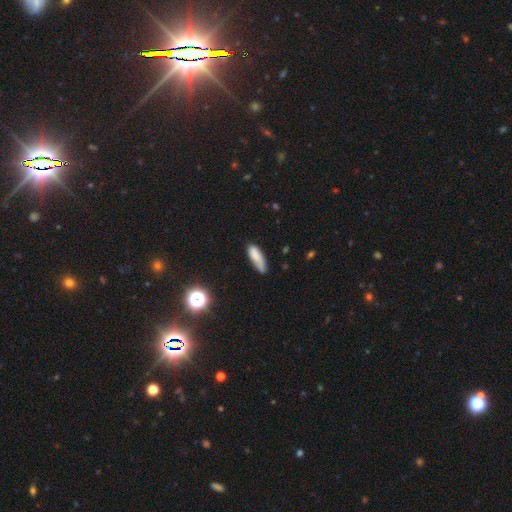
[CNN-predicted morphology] Smooth or featured? Predicted: smooth (p=0.79). How rounded? Predicted: in between (p=0.52). Merging? Predicted: none (p=0.56).